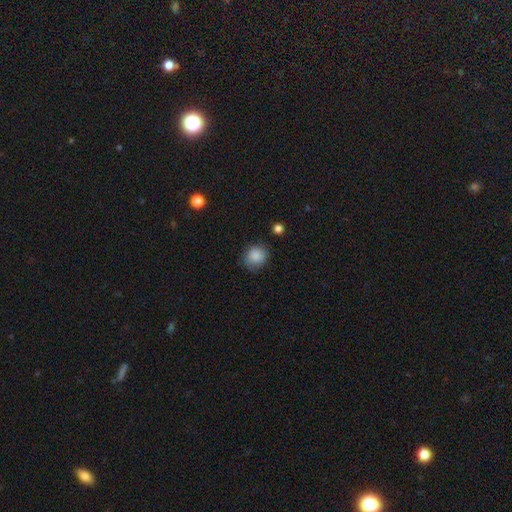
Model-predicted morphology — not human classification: smooth-or-featured: smooth: 87% | star or artifact: 8% | featured or disk: 5%
  how-rounded: round: 81% | in between: 18% | cigar-shaped: 1%
  merging: none: 76% | minor disturbance: 18% | major disturbance: 4% | merger: 2%